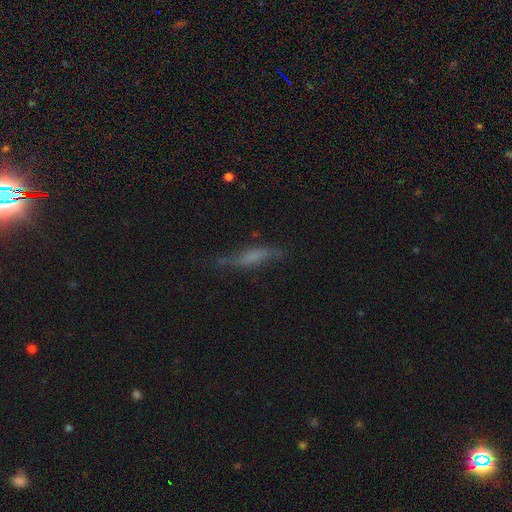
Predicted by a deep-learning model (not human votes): This appears to be a smooth galaxy with no disk features (51%) that is cigar-shaped (71%). Merging: none (55%).